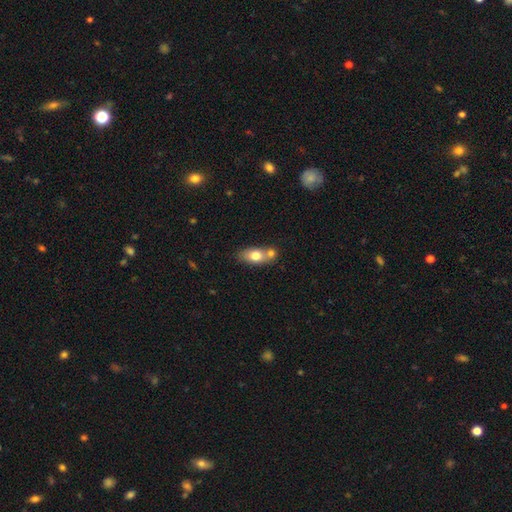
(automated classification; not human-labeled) smooth-or-featured: smooth: 72% | featured or disk: 20% | star or artifact: 8%
  how-rounded: in between: 78% | round: 14% | cigar-shaped: 8%
  merging: none: 43% | merger: 41% | minor disturbance: 12% | major disturbance: 4%